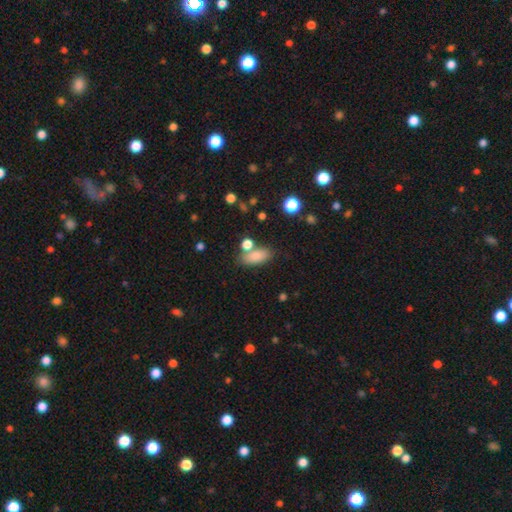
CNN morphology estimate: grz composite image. It shows a smooth galaxy with no disk features (83%) that is in between round and cigar-shaped (83%). Merging: none (64%).